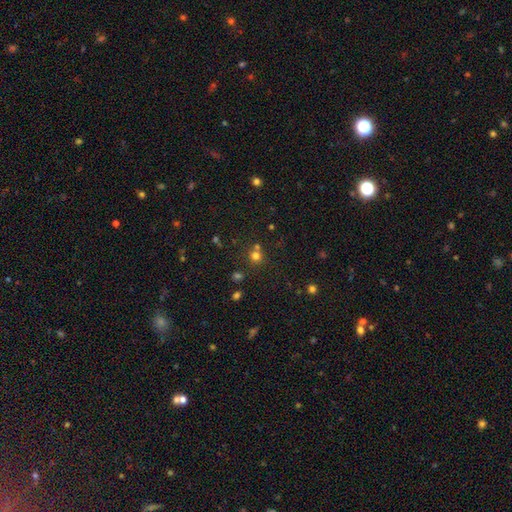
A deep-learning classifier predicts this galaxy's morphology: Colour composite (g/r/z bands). It shows a smooth galaxy with no disk features (69%) that is round (90%). Merging: none (68%).